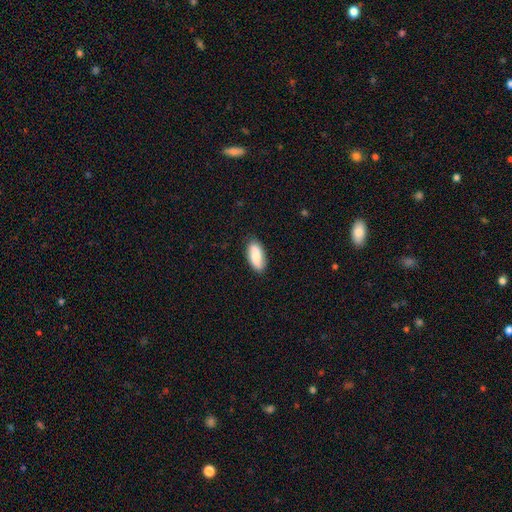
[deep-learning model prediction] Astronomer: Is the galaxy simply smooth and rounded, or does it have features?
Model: smooth — 78%.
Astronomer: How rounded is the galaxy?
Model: in between — 88%.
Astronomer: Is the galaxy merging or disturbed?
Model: none — 85%.